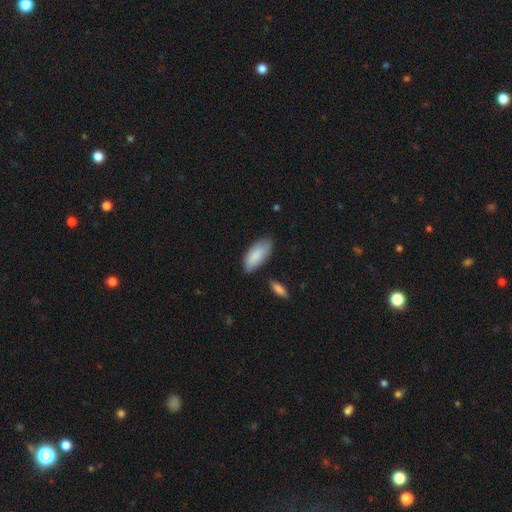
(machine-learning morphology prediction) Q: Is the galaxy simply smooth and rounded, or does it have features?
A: smooth — 86%.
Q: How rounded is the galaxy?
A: in between — 85%.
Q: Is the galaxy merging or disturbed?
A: none — 74%.